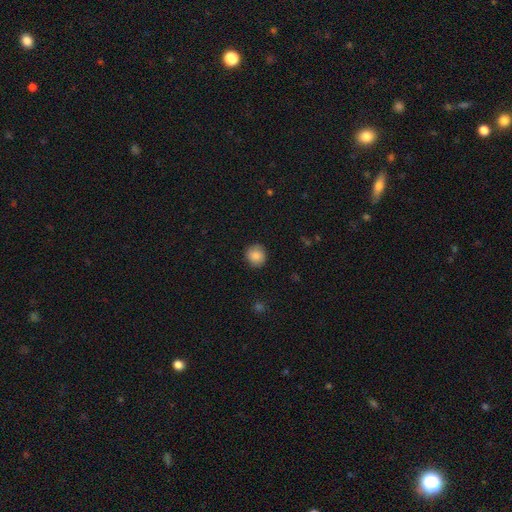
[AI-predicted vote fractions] Overall: smooth (86%). How rounded: round (87%). Merging: none (88%).